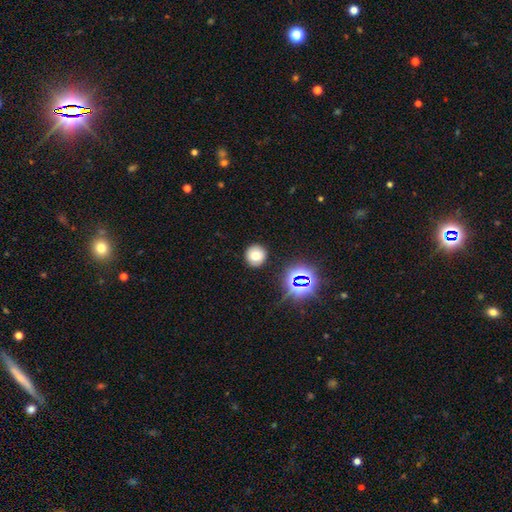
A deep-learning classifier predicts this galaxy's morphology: type=smooth (71%); roundness=round (93%); merging=none (90%).